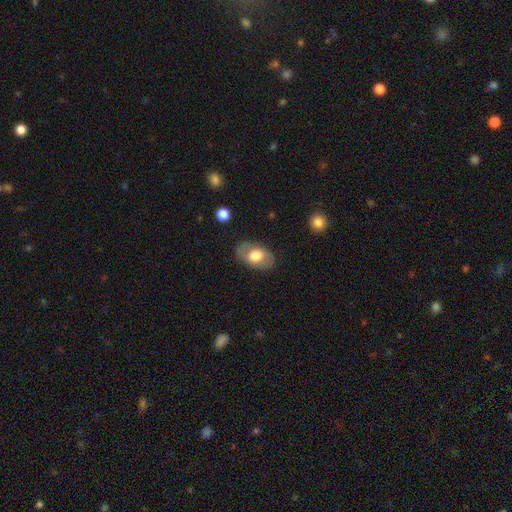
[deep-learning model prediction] Smooth or featured? smooth (60%)
How rounded? in between (88%)
Merging? none (79%)